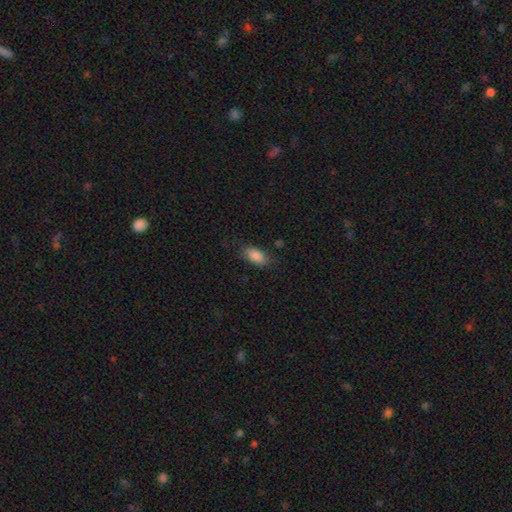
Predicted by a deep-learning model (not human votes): smooth_or_featured: smooth (p=0.85) [alt: star or artifact p=0.08]
how_rounded: in between (p=0.89) [alt: cigar-shaped p=0.07]
merging: none (p=0.76) [alt: minor disturbance p=0.17]